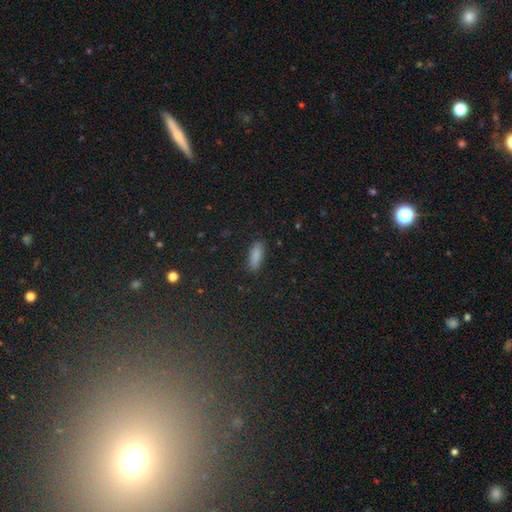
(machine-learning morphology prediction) smooth 86%, star or artifact 9%, featured or disk 5%. Down the decision tree: how rounded — in between (72%); merging — none (85%).